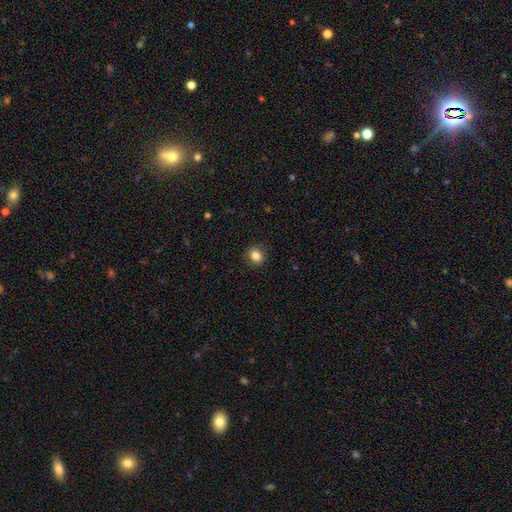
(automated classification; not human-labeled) Overall: smooth (84%). How rounded: round (65%; in between 34%). Merging: none (88%).